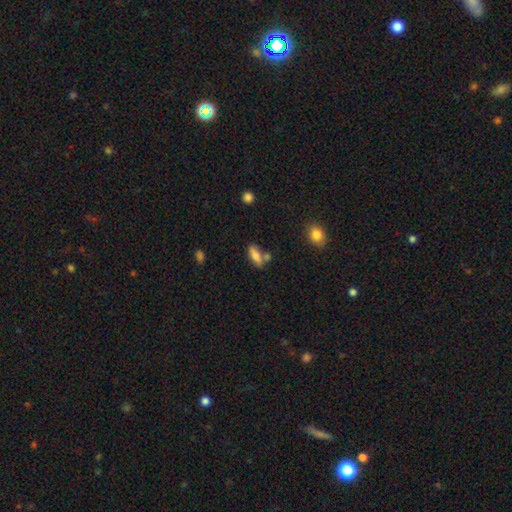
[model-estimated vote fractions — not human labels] This appears to be a smooth galaxy with no disk features (77%) that is in between round and cigar-shaped (70%). Merging: none (58%).